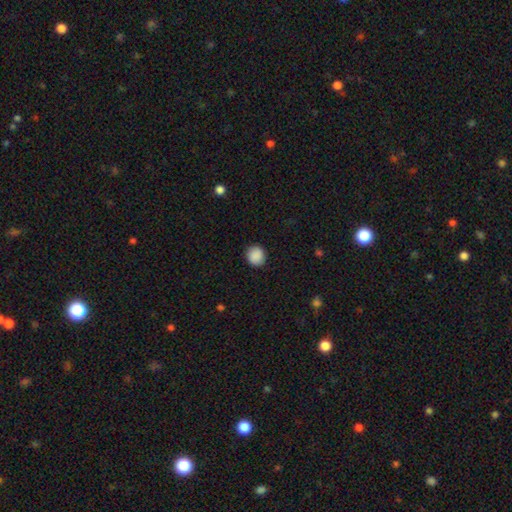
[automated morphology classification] Smooth or featured? smooth (89%)
How rounded? round (84%)
Merging? none (90%)